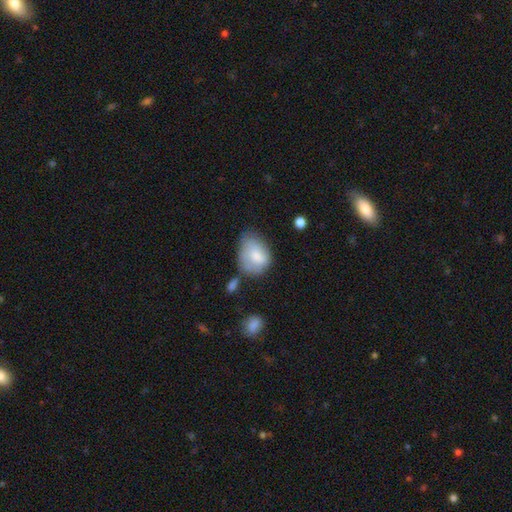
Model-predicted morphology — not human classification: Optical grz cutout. It shows a smooth galaxy with no disk features (75%) that is in between round and cigar-shaped (72%). Merging: none (39%).